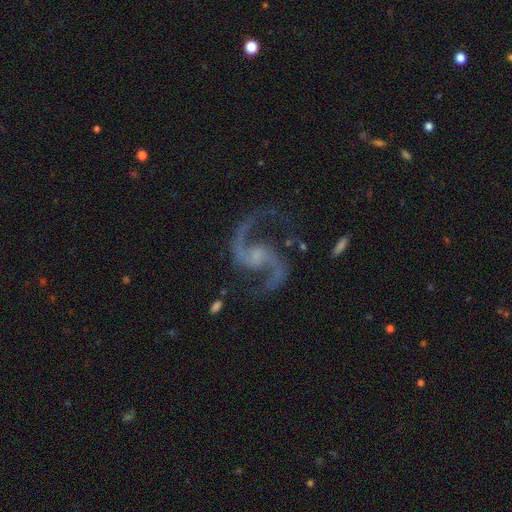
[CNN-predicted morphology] Smooth or featured?
  - featured or disk: 93% *
  - star or artifact: 5%
  - smooth: 2%
Edge-on disk?
  - no: 98% *
  - yes: 2%
Bar?
  - no: 44% *
  - weak: 43%
  - strong: 13%
Spiral arms?
  - yes: 98% *
  - no: 2%
Spiral winding?
  - medium: 52% *
  - loose: 42%
  - tight: 7%
Spiral arm count?
  - 2: 94% *
  - 1: 1%
  - can't tell: 1%
  - 3: 1%
  - 4: 1%
  - more than 4: 1%
Bulge size?
  - small: 44% *
  - none: 33%
  - moderate: 20%
  - large: 3%
  - dominant: 1%
Merging?
  - none: 76% *
  - minor disturbance: 14%
  - major disturbance: 8%
  - merger: 2%